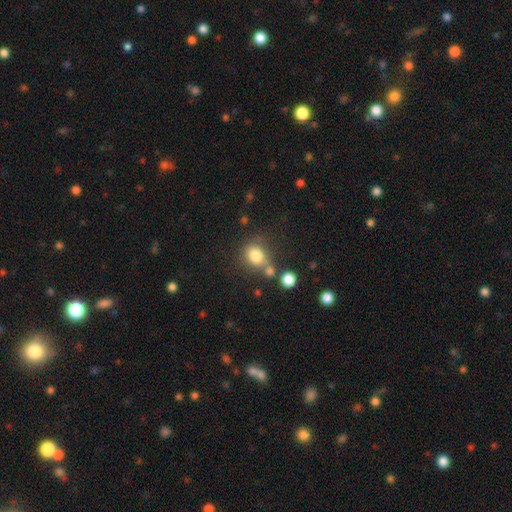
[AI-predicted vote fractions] Q: Smooth or featured?
A: smooth (79%); runner-up: star or artifact (12%)
Q: How rounded?
A: round (67%); runner-up: in between (32%)
Q: Merging?
A: none (57%); runner-up: merger (21%)